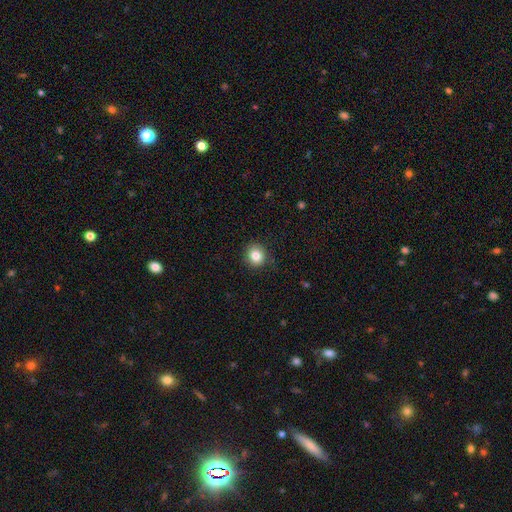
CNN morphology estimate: Smooth or featured?
  - smooth: 83% *
  - star or artifact: 10%
  - featured or disk: 7%
How rounded?
  - round: 86% *
  - in between: 13%
  - cigar-shaped: 1%
Merging?
  - none: 89% *
  - minor disturbance: 8%
  - major disturbance: 2%
  - merger: 1%